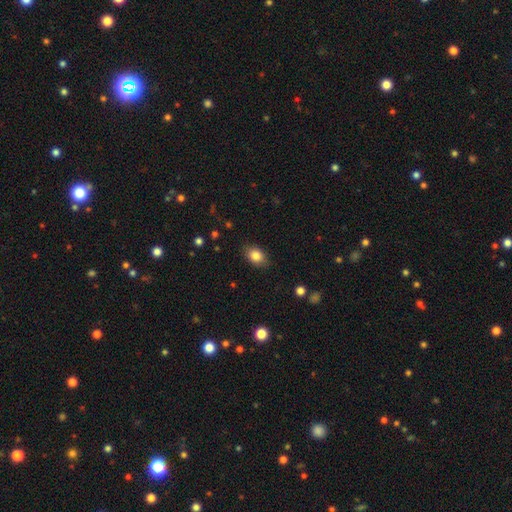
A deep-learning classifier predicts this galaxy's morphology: smooth 83%, star or artifact 9%, featured or disk 8%. Down the decision tree: how rounded — in between (77%); merging — none (83%).